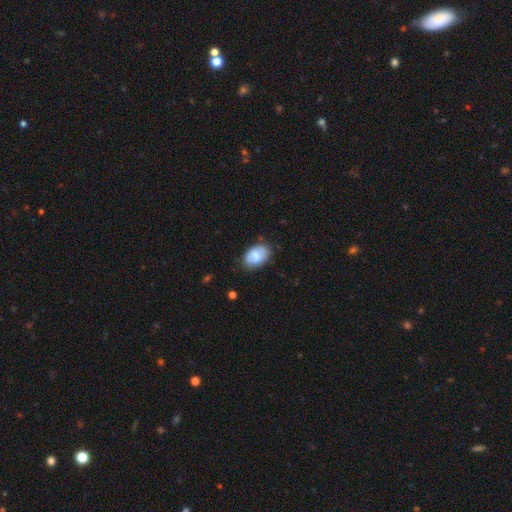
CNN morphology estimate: smooth 75%, featured or disk 18%, star or artifact 7%. Down the decision tree: how rounded — in between (90%); merging — none (74%).